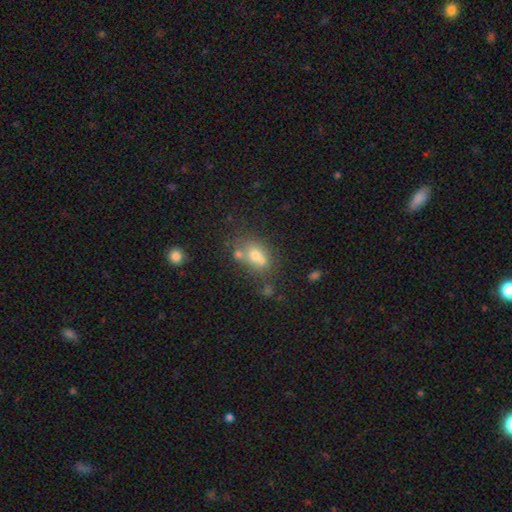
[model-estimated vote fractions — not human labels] Smooth or featured?
  - smooth: 61% *
  - featured or disk: 25%
  - star or artifact: 14%
How rounded?
  - in between: 52% *
  - round: 47%
  - cigar-shaped: 1%
Merging?
  - merger: 45% *
  - none: 38%
  - minor disturbance: 11%
  - major disturbance: 5%